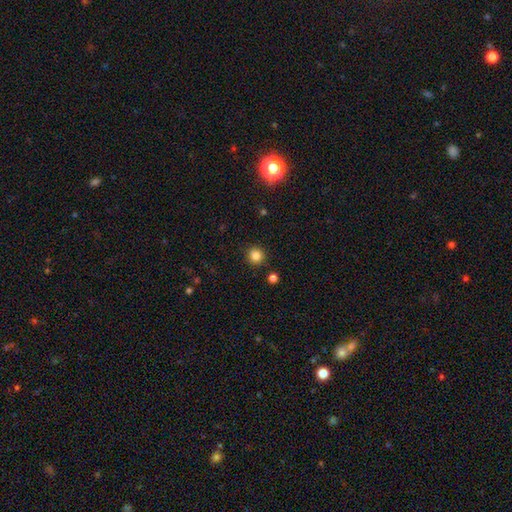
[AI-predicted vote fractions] Morphology: type=smooth (83%); roundness=round (93%); merging=none (90%).